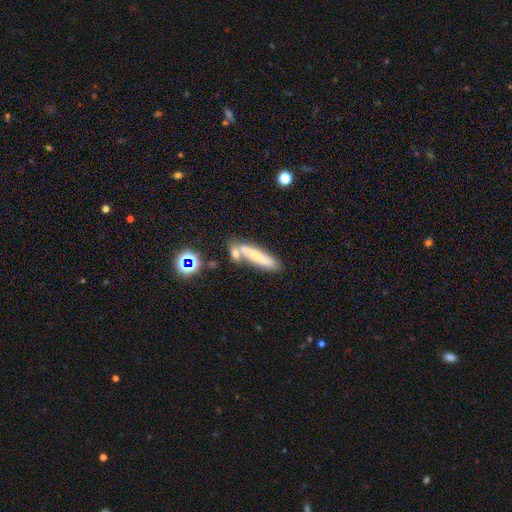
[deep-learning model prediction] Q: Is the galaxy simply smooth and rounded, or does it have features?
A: smooth — 58%.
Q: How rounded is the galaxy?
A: cigar-shaped — 80%.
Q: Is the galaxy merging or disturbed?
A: none — 56%.